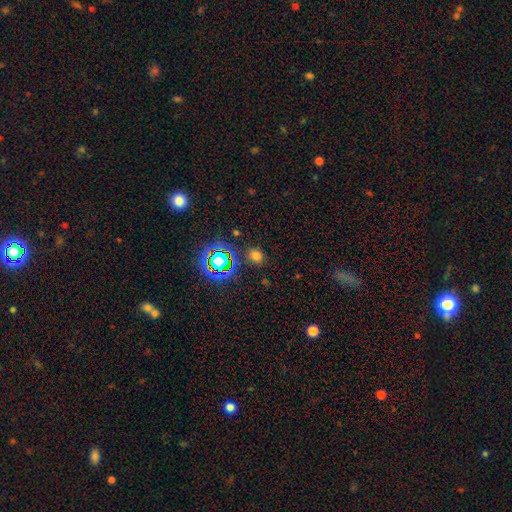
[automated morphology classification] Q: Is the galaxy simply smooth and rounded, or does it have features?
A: smooth — 66%.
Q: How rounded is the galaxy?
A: round — 61%.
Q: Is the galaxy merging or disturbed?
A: none — 83%.